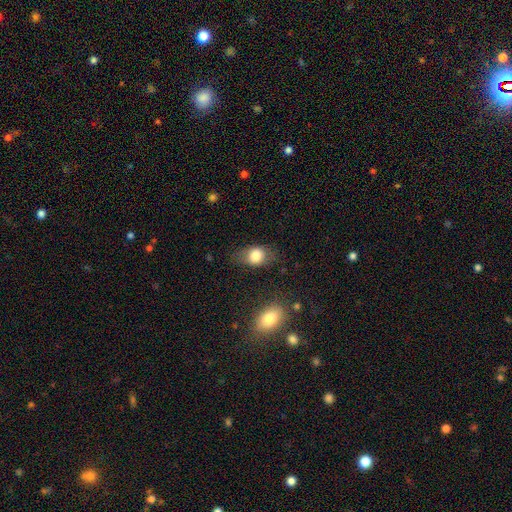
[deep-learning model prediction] smooth 78%, featured or disk 13%, star or artifact 8%. Down the decision tree: how rounded — in between (73%); merging — none (69%).